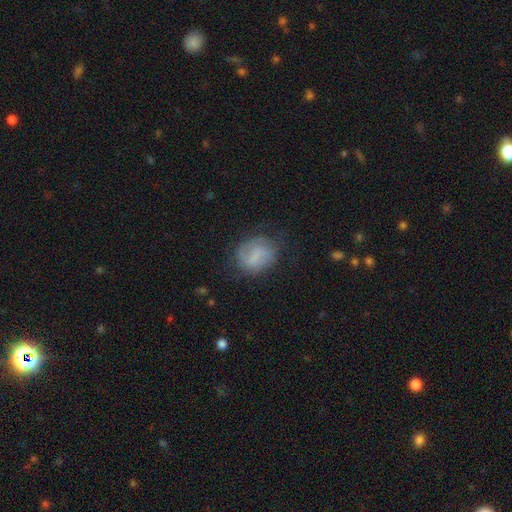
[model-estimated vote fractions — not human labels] smooth-or-featured: smooth: 51% | featured or disk: 40% | star or artifact: 9%
  how-rounded: round: 59% | in between: 39% | cigar-shaped: 2%
  merging: none: 64% | minor disturbance: 22% | major disturbance: 12% | merger: 2%